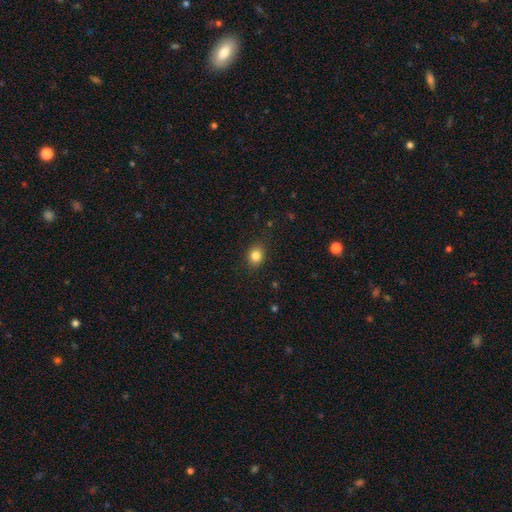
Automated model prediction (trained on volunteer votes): Overall: smooth (83%). How rounded: round (60%; in between 39%). Merging: none (86%).